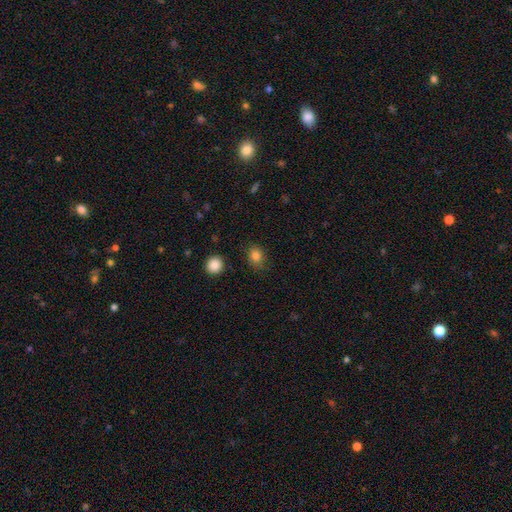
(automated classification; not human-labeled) Smooth or featured? smooth (84%)
How rounded? round (52%)
Merging? none (80%)